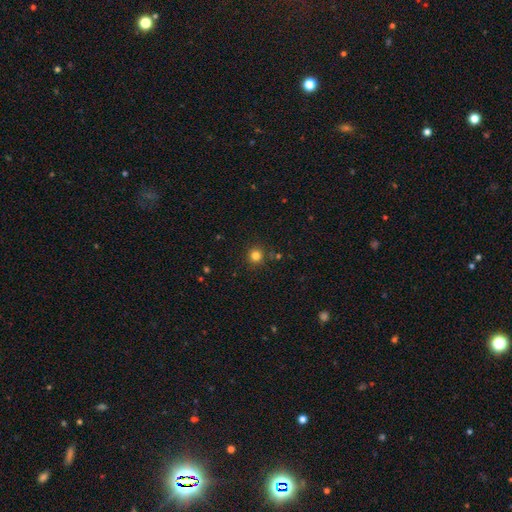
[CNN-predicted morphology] smooth-or-featured: smooth: 81% | star or artifact: 14% | featured or disk: 5%
  how-rounded: round: 94% | in between: 5% | cigar-shaped: 1%
  merging: none: 87% | minor disturbance: 7% | merger: 3% | major disturbance: 2%